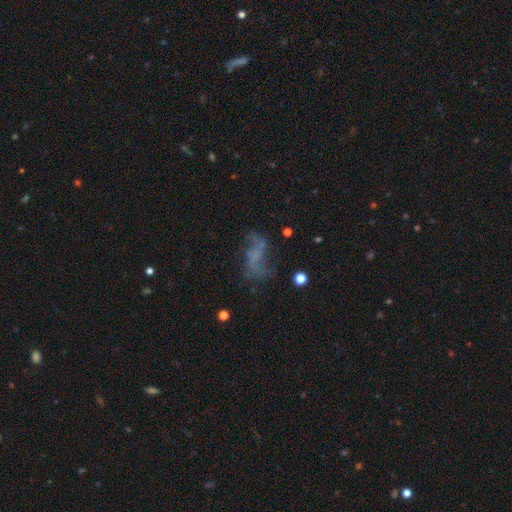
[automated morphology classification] This is possibly a featured or disk galaxy (53%). It is clearly not viewed edge-on (95%). Merging: possibly none (45%).